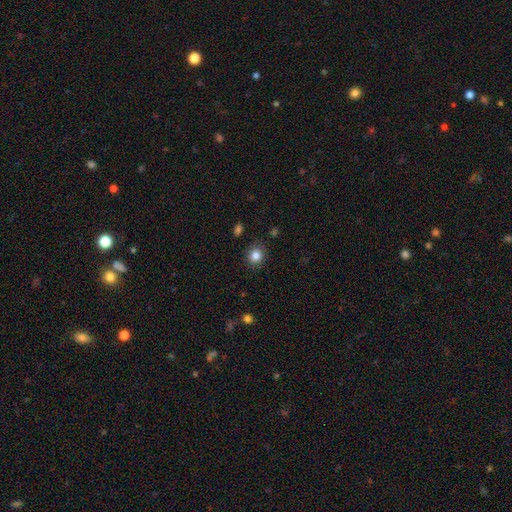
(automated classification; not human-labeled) smooth 83%, star or artifact 11%, featured or disk 6%. Down the decision tree: how rounded — round (80%); merging — none (88%).